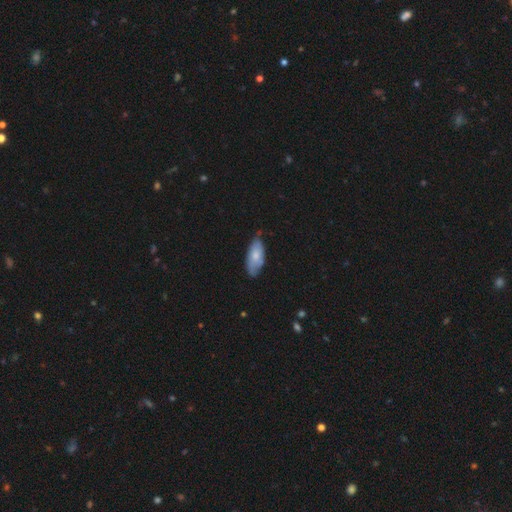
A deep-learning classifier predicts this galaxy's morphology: Q: Smooth or featured?
A: smooth (69%); runner-up: featured or disk (26%)
Q: How rounded?
A: in between (87%); runner-up: cigar-shaped (11%)
Q: Merging?
A: none (62%); runner-up: minor disturbance (31%)